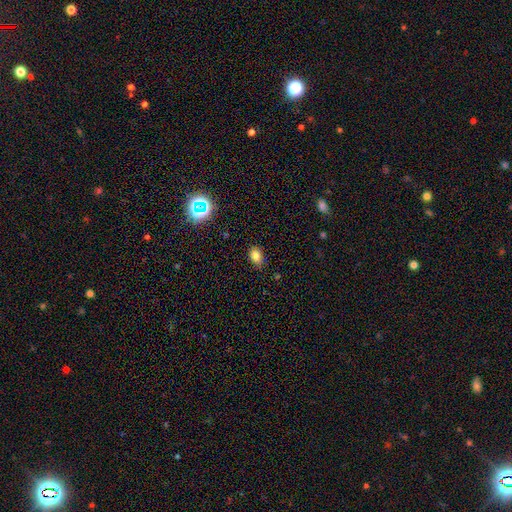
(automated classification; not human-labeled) The model was most divided on "how rounded": in between: 79%, round: 19%, cigar-shaped: 2%. More confident: merging — none (83%); smooth or featured — smooth (80%).